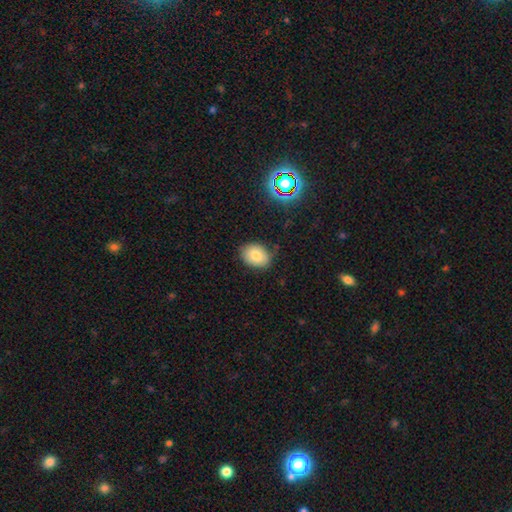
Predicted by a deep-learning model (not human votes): Smooth or featured? smooth (79%)
How rounded? in between (69%)
Merging? none (80%)